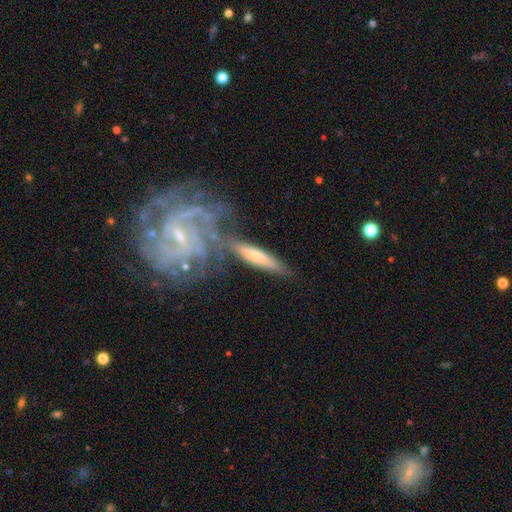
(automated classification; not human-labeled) This is possibly a featured or disk galaxy (54%). It is possibly viewed edge-on (51%). Merging: possibly none (57%).